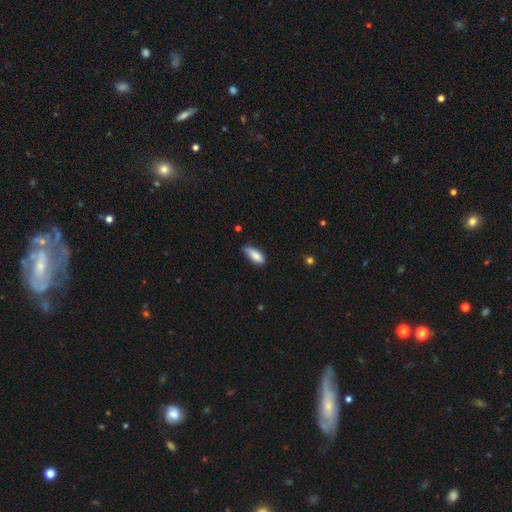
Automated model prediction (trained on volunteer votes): Q: Smooth or featured?
A: smooth (84%); runner-up: featured or disk (9%)
Q: How rounded?
A: in between (75%); runner-up: cigar-shaped (23%)
Q: Merging?
A: none (47%); runner-up: minor disturbance (43%)